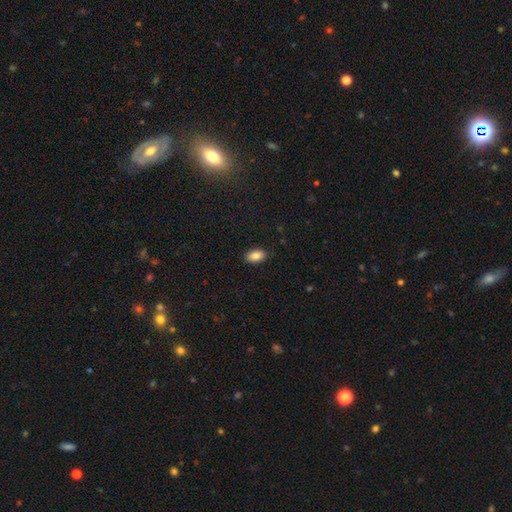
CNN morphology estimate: Smooth or featured? Predicted: smooth (p=0.85). How rounded? Predicted: in between (p=0.90). Merging? Predicted: none (p=0.88).